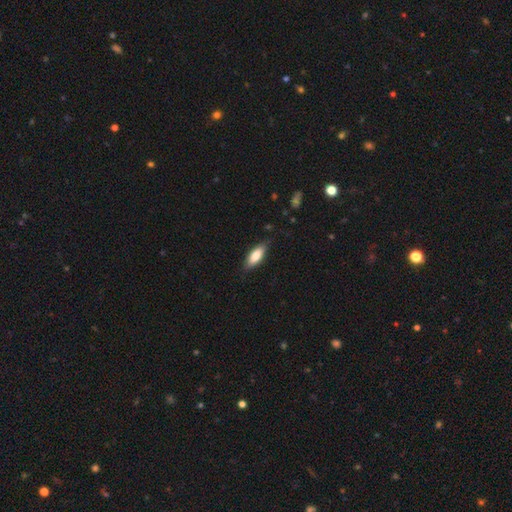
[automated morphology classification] smooth_or_featured: smooth (p=0.80) [alt: featured or disk p=0.15]
how_rounded: in between (p=0.71) [alt: cigar-shaped p=0.28]
merging: none (p=0.81) [alt: minor disturbance p=0.15]